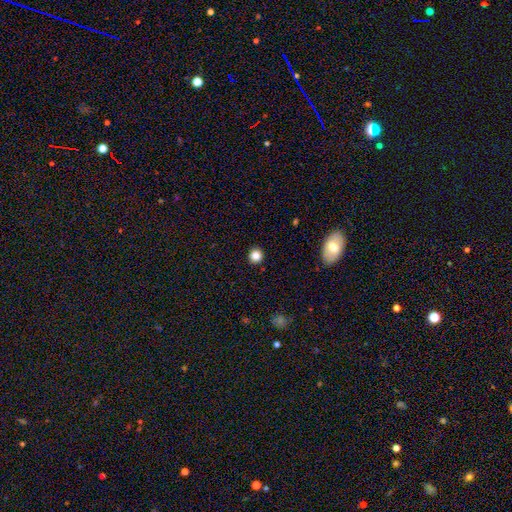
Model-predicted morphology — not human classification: Smooth or featured: smooth — 84% (star or artifact — 12%)
How rounded: round — 94% (in between — 5%)
Merging: none — 93% (minor disturbance — 5%)